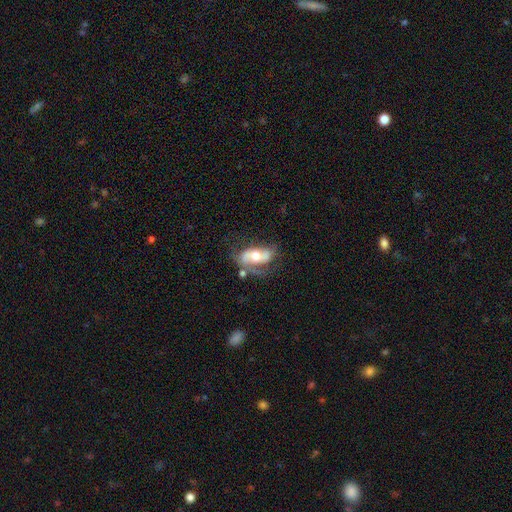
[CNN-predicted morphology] The model was most divided on "merging": none: 44%, minor disturbance: 25%, major disturbance: 20%, merger: 11%. More confident: edge-on disk — no (92%); spiral arms — yes (77%); bulge size — moderate (69%); smooth or featured — featured or disk (66%); bar — no (56%).